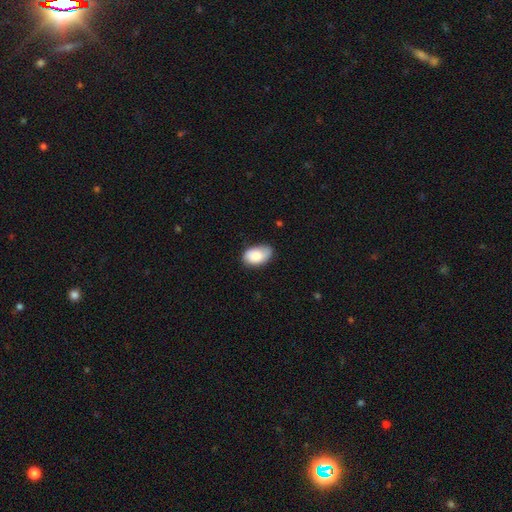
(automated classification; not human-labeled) A smooth galaxy with no disk features (85%) that is in between round and cigar-shaped (92%).

Vote fractions:
- Smooth or featured? smooth: 85% / featured or disk: 9% / star or artifact: 7%
- How rounded? in between: 92% / round: 7% / cigar-shaped: 1%
- Merging? none: 63% / minor disturbance: 30% / major disturbance: 5% / merger: 2%